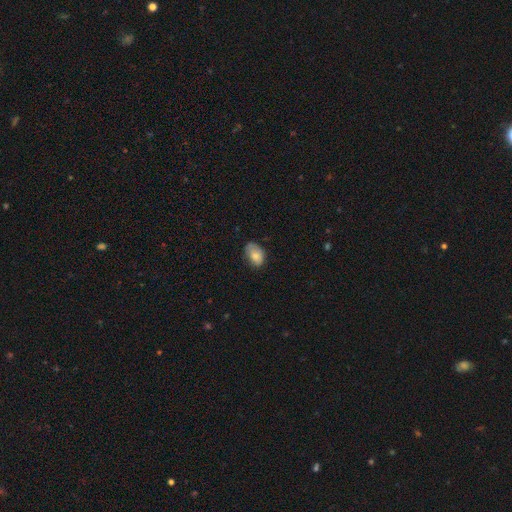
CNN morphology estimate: type=smooth (78%); roundness=in between (84%); merging=none (57%).